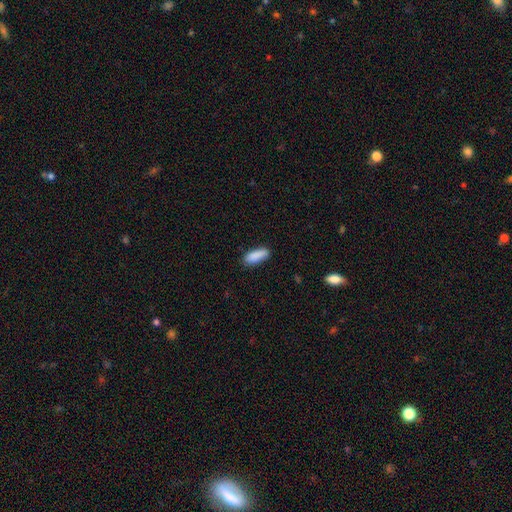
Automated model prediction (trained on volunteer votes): This is clearly a smooth galaxy (89%). How rounded: likely in between (63%). Merging: clearly none (82%).